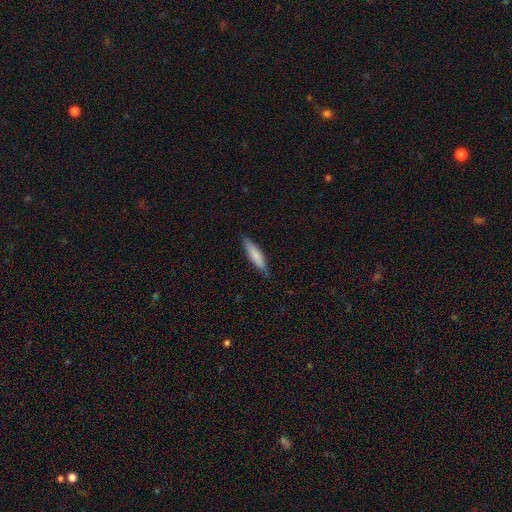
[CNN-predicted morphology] smooth 80%, featured or disk 15%, star or artifact 5%. Down the decision tree: how rounded — cigar-shaped (74%); merging — none (80%).